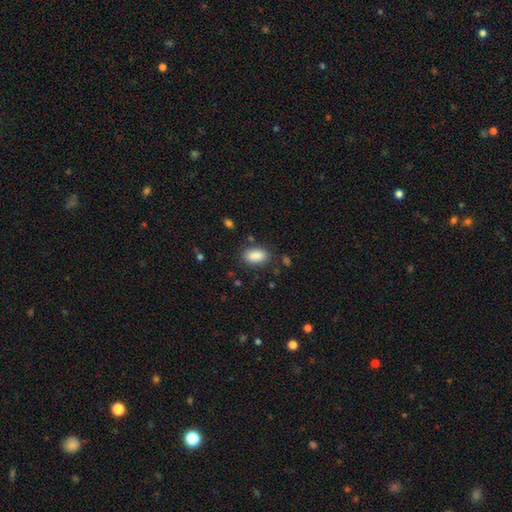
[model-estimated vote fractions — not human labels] Overall: smooth (89%). How rounded: in between (91%). Merging: none (83%).